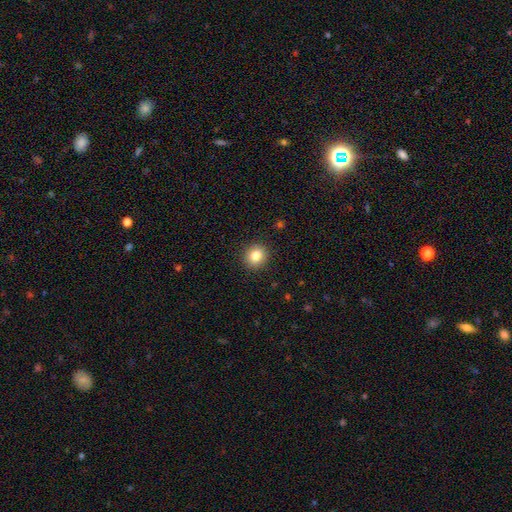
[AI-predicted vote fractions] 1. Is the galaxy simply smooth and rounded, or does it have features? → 83% smooth, 10% star or artifact, 7% featured or disk.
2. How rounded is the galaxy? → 86% round, 13% in between, 1% cigar-shaped.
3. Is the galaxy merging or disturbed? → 91% none, 6% minor disturbance, 2% major disturbance, 1% merger.